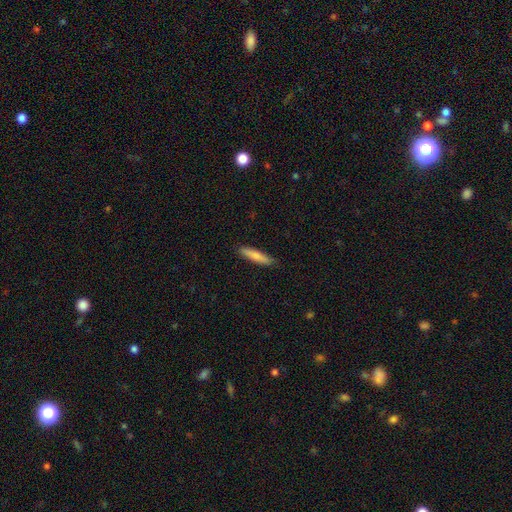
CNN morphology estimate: Smooth or featured: smooth — 73% (featured or disk — 22%)
How rounded: cigar-shaped — 84% (in between — 14%)
Merging: none — 87% (minor disturbance — 10%)